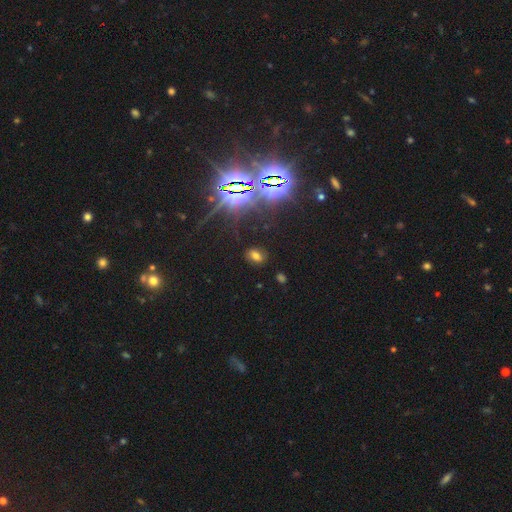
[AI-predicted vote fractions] A smooth galaxy with no disk features (54%) that is in between round and cigar-shaped (77%). Merging: none (84%).